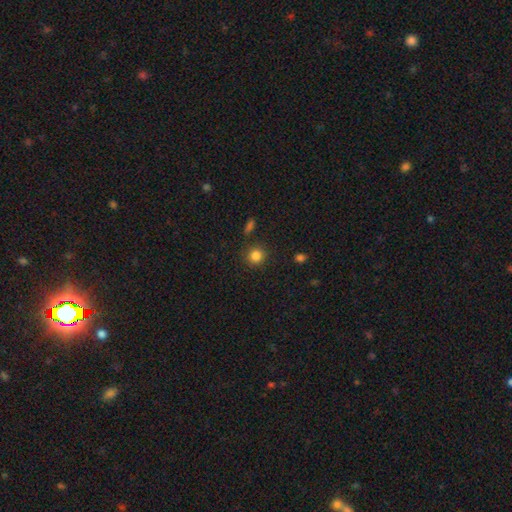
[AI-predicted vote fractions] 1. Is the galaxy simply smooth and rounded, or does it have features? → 84% smooth, 12% star or artifact, 4% featured or disk.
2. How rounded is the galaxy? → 90% round, 9% in between, 1% cigar-shaped.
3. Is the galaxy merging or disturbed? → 86% none, 9% minor disturbance, 3% major disturbance, 3% merger.